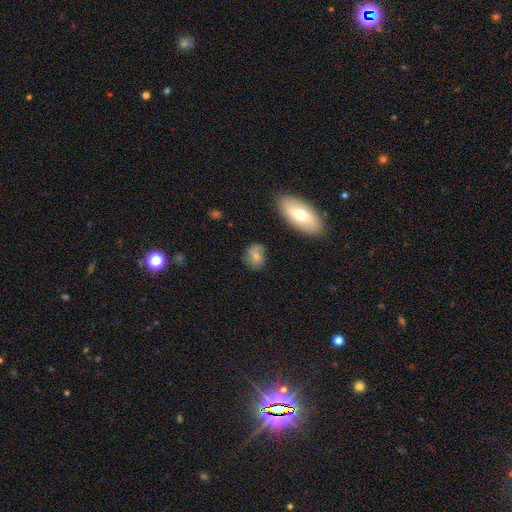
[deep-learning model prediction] A smooth galaxy with no disk features (68%) that is round (50%). Merging: none (66%).